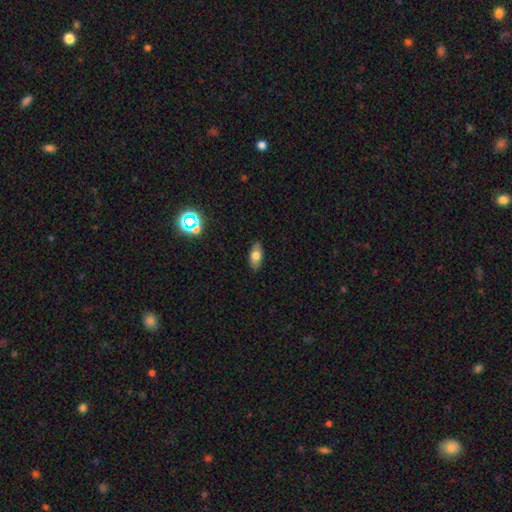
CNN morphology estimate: A smooth galaxy with no disk features (68%) that is in between round and cigar-shaped (85%).

Vote fractions:
- Smooth or featured? smooth: 68% / featured or disk: 23% / star or artifact: 9%
- How rounded? in between: 85% / cigar-shaped: 10% / round: 5%
- Merging? none: 87% / minor disturbance: 9% / major disturbance: 2% / merger: 1%